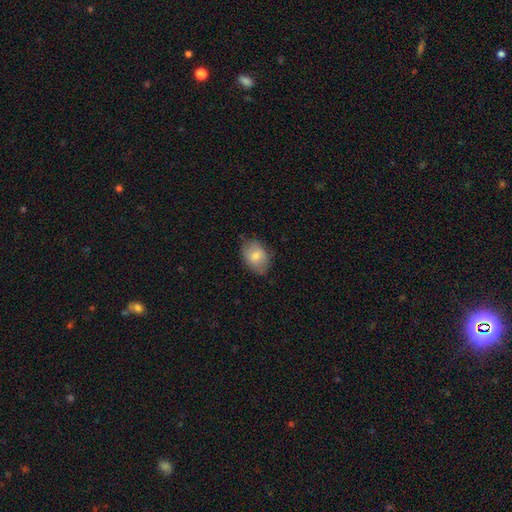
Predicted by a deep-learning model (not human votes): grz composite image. It shows a smooth galaxy with no disk features (74%) that is in between round and cigar-shaped (72%). Merging: none (72%).